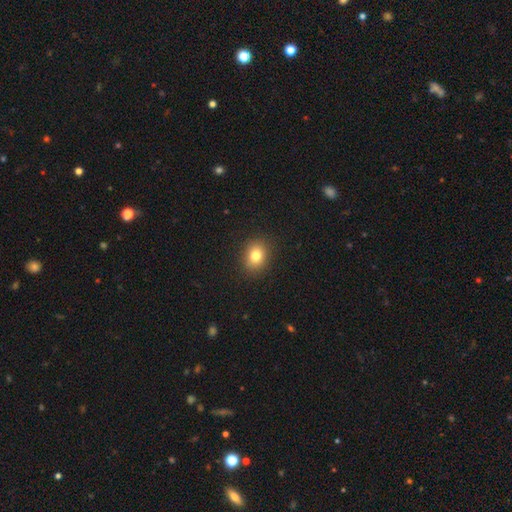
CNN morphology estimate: This is clearly a smooth galaxy (80%). How rounded: possibly round (53%). Merging: clearly none (89%).